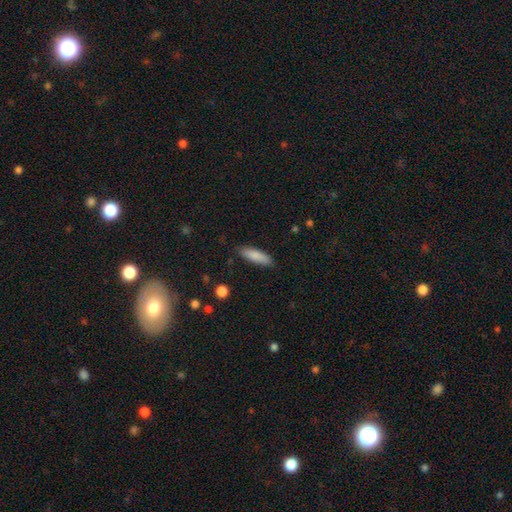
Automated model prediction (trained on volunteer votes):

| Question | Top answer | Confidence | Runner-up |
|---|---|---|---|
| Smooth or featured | smooth | 86% | featured or disk (8%) |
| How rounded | cigar-shaped | 54% | in between (44%) |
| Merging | none | 85% | minor disturbance (12%) |